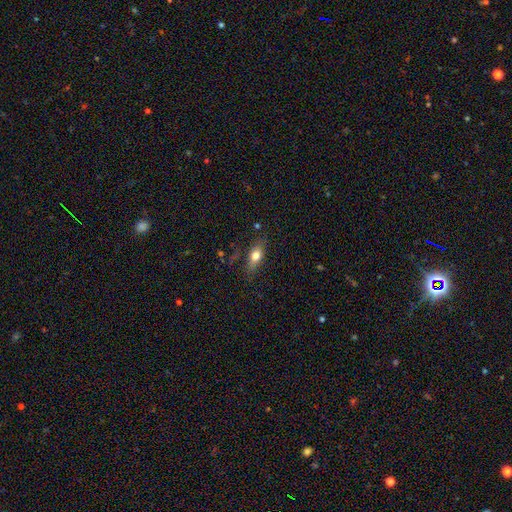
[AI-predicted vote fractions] smooth 69%, featured or disk 23%, star or artifact 9%. Down the decision tree: how rounded — in between (70%); merging — none (77%).